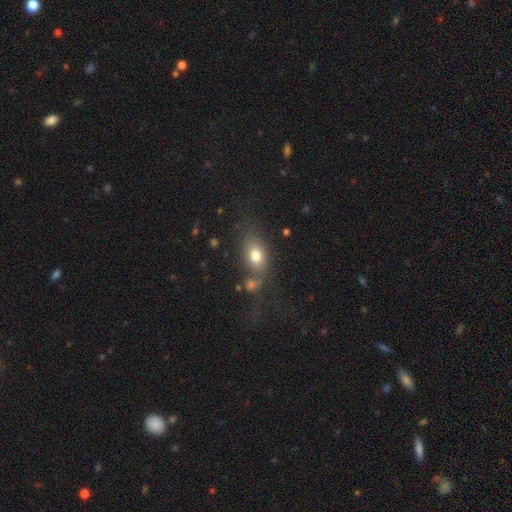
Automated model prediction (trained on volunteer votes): This is likely a smooth galaxy (76%). How rounded: likely in between (79%). Merging: possibly none (59%).